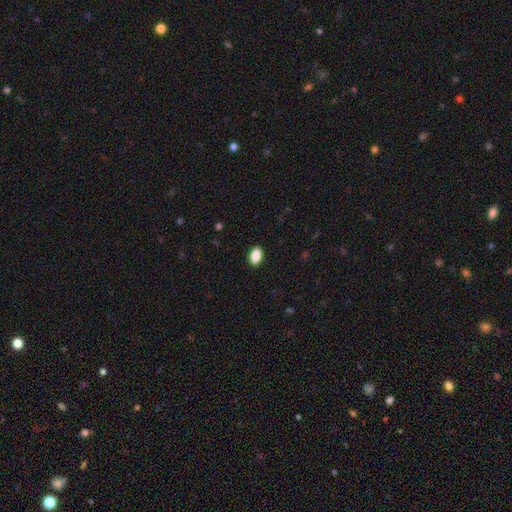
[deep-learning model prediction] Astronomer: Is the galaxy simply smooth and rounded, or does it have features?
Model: smooth — 88%.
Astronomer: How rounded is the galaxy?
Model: in between — 92%.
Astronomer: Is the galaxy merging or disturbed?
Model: none — 90%.